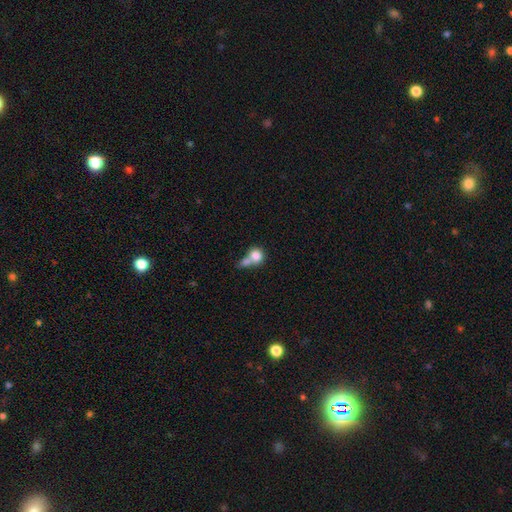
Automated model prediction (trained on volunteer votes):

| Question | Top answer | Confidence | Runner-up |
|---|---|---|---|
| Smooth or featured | smooth | 78% | featured or disk (13%) |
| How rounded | round | 72% | in between (26%) |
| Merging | merger | 59% | none (27%) |